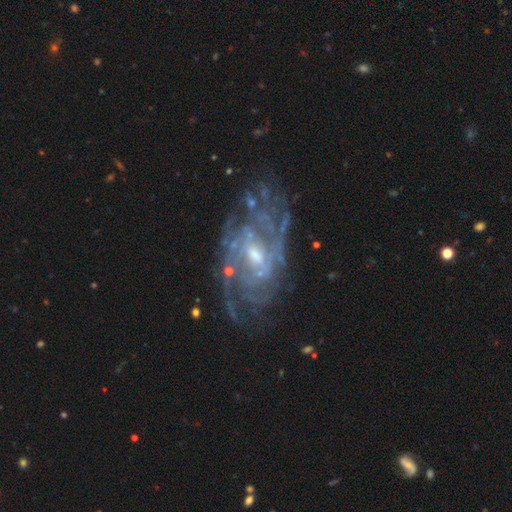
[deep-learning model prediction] A featured or disk galaxy (88%) with a weak bar (47%), tight (57%) spiral arms (91%) and a moderate central bulge (50%). Merging: none (68%).